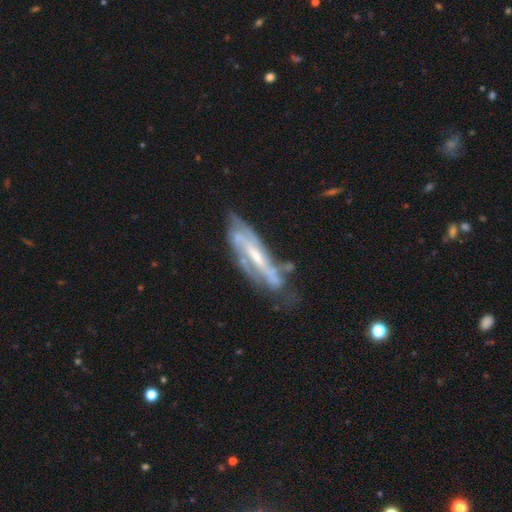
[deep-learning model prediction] Smooth or featured?
  - featured or disk: 80% *
  - smooth: 14%
  - star or artifact: 7%
Edge-on disk?
  - no: 70% *
  - yes: 30%
Bar?
  - strong: 36% *
  - weak: 35%
  - no: 29%
Spiral arms?
  - yes: 84% *
  - no: 16%
Bulge size?
  - small: 49% *
  - moderate: 38%
  - none: 8%
  - large: 4%
  - dominant: 1%
Merging?
  - none: 56% *
  - minor disturbance: 24%
  - major disturbance: 14%
  - merger: 6%